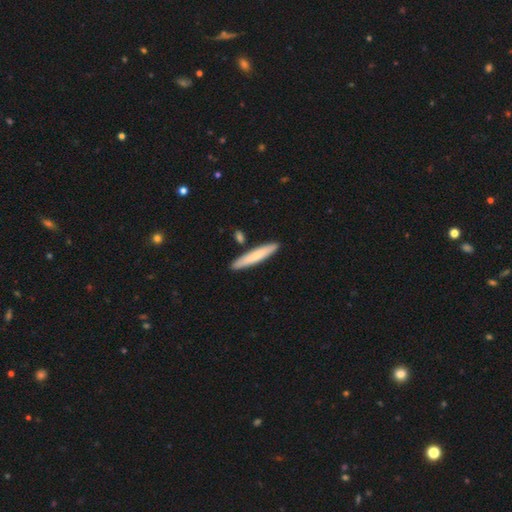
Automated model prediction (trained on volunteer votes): Smooth or featured?
  - smooth: 74% *
  - featured or disk: 21%
  - star or artifact: 5%
How rounded?
  - cigar-shaped: 94% *
  - in between: 5%
  - round: 1%
Merging?
  - none: 86% *
  - minor disturbance: 8%
  - merger: 4%
  - major disturbance: 2%